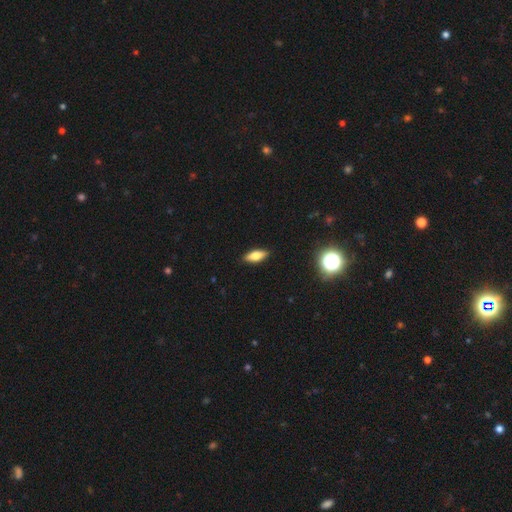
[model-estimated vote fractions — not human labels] This is likely a smooth galaxy (68%). How rounded: likely in between (70%). Merging: clearly none (90%).